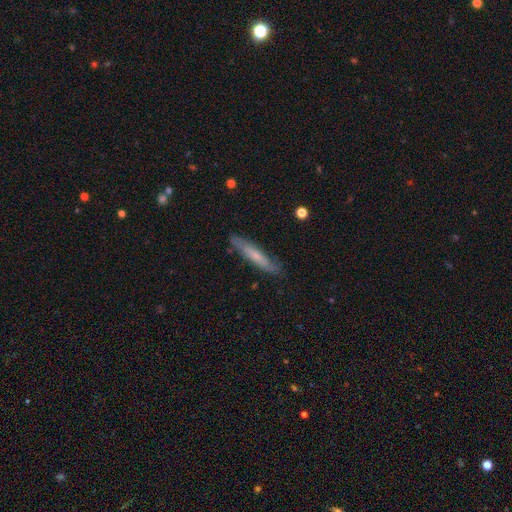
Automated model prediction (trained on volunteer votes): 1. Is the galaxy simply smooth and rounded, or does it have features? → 50% smooth, 44% featured or disk, 6% star or artifact.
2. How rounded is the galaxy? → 89% cigar-shaped, 9% in between, 1% round.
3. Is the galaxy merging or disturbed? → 81% none, 15% minor disturbance, 3% major disturbance, 2% merger.